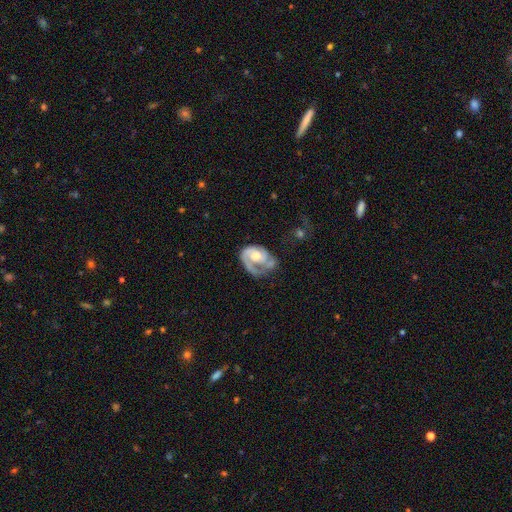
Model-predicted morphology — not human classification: Smooth or featured?
  - featured or disk: 84% *
  - smooth: 11%
  - star or artifact: 5%
Edge-on disk?
  - no: 98% *
  - yes: 2%
Bar?
  - no: 66% *
  - weak: 28%
  - strong: 6%
Spiral arms?
  - yes: 94% *
  - no: 6%
Spiral winding?
  - tight: 43% *
  - medium: 40%
  - loose: 16%
Spiral arm count?
  - 2: 47% *
  - 1: 38%
  - can't tell: 8%
  - 3: 4%
  - 4: 1%
  - more than 4: 1%
Bulge size?
  - moderate: 62% *
  - small: 26%
  - large: 8%
  - none: 3%
  - dominant: 1%
Merging?
  - none: 40% *
  - major disturbance: 28%
  - minor disturbance: 24%
  - merger: 8%